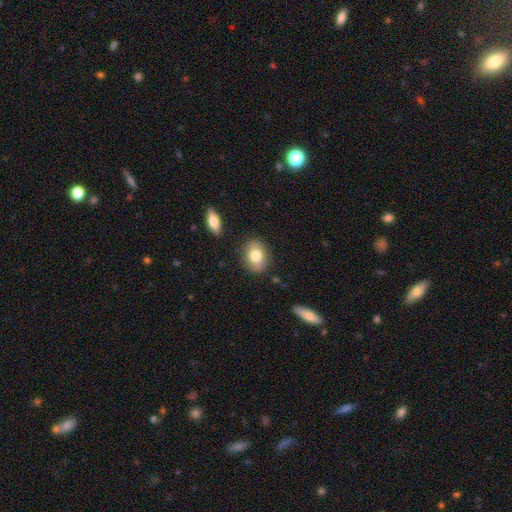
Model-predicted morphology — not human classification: The model was most divided on "how rounded": in between: 69%, round: 29%, cigar-shaped: 2%. More confident: merging — none (83%); smooth or featured — smooth (78%).